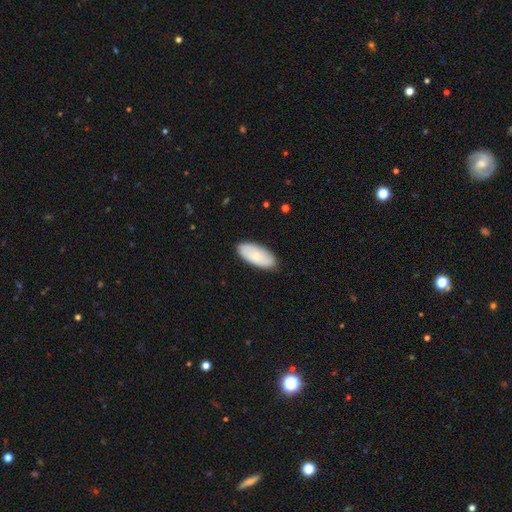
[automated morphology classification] Smooth or featured? Predicted: smooth (p=0.73). How rounded? Predicted: in between (p=0.90). Merging? Predicted: none (p=0.86).